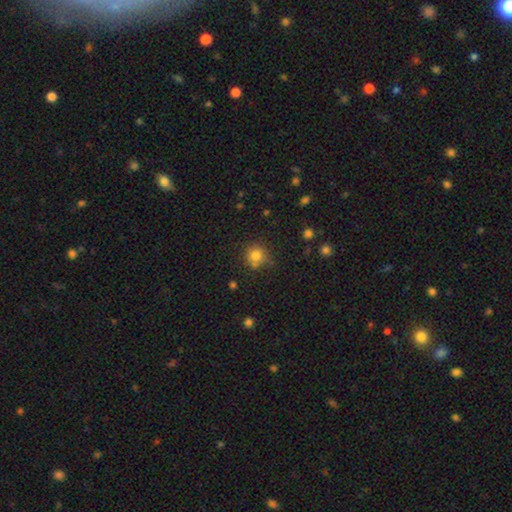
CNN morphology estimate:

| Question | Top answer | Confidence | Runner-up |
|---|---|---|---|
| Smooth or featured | smooth | 79% | star or artifact (13%) |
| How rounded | round | 88% | in between (11%) |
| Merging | none | 67% | minor disturbance (16%) |